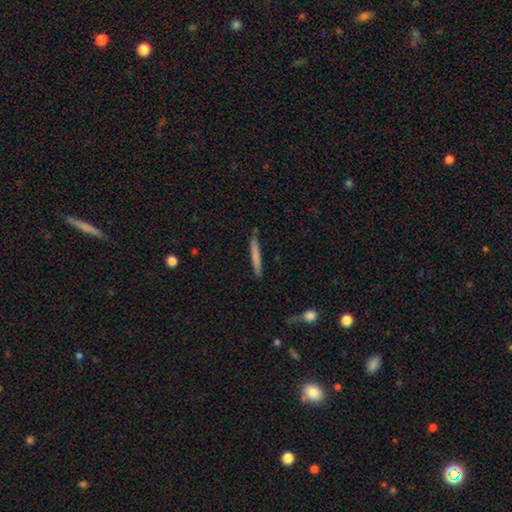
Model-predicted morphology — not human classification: Q: Smooth or featured?
A: smooth (65%); runner-up: featured or disk (28%)
Q: How rounded?
A: cigar-shaped (96%); runner-up: in between (2%)
Q: Merging?
A: none (89%); runner-up: minor disturbance (8%)